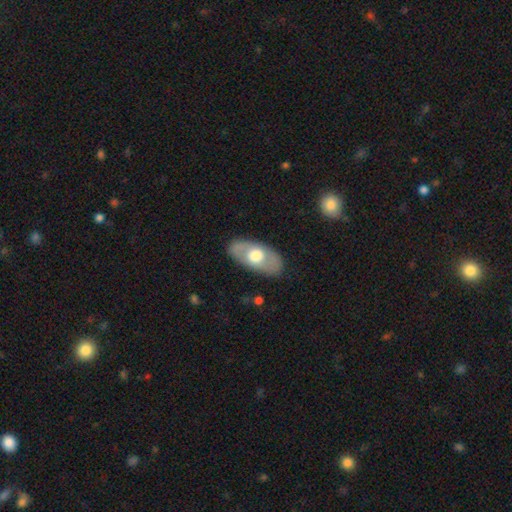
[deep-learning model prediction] smooth-or-featured: smooth: 51% | featured or disk: 44% | star or artifact: 5%
  how-rounded: in between: 91% | round: 5% | cigar-shaped: 4%
  merging: none: 84% | minor disturbance: 12% | major disturbance: 3% | merger: 1%